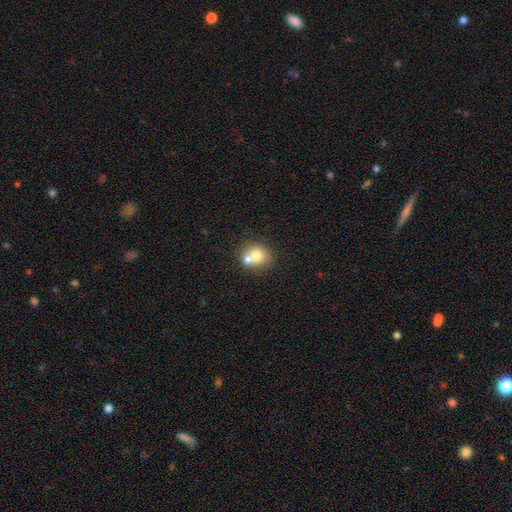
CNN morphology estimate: This is likely a smooth galaxy (70%). How rounded: likely round (74%). Merging: possibly merger (47%).